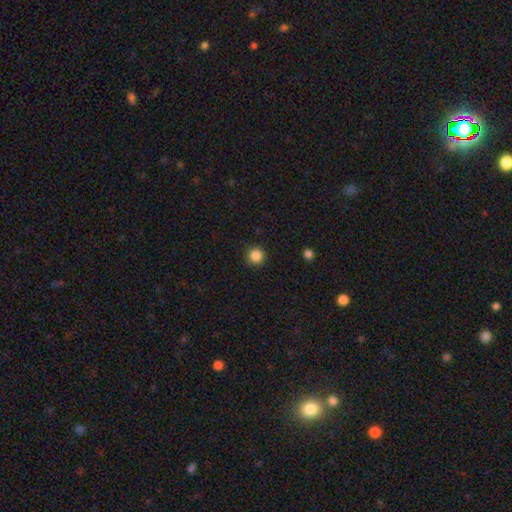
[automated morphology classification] A smooth galaxy with no disk features (86%) that is round (96%).

Vote fractions:
- Smooth or featured? smooth: 86% / star or artifact: 11% / featured or disk: 3%
- How rounded? round: 96% / in between: 4% / cigar-shaped: 1%
- Merging? none: 92% / minor disturbance: 5% / major disturbance: 2% / merger: 1%